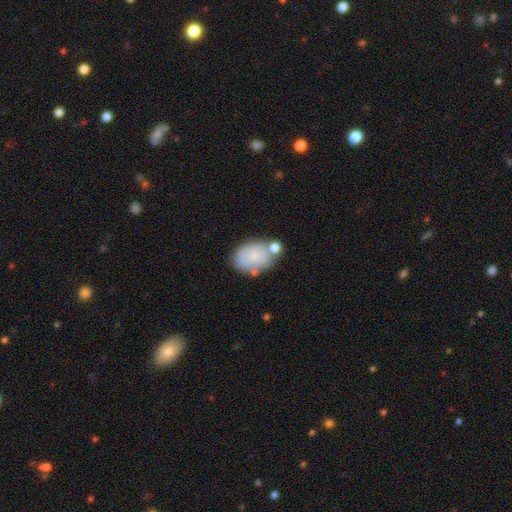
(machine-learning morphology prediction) This is likely a smooth galaxy (76%). How rounded: clearly in between (81%). Merging: possibly none (55%).